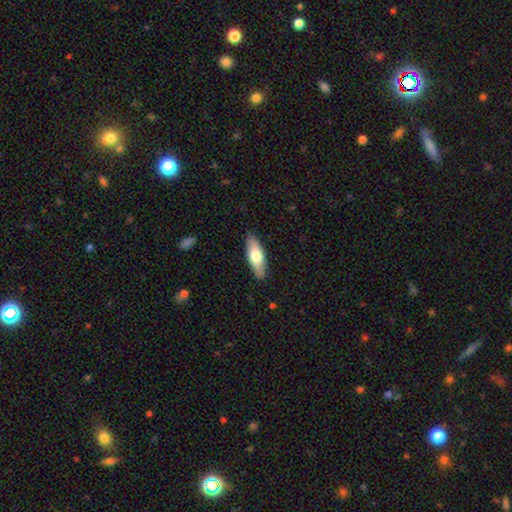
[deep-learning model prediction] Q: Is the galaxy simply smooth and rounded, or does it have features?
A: smooth — 67%.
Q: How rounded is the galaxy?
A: in between — 68%.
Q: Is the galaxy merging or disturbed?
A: none — 86%.